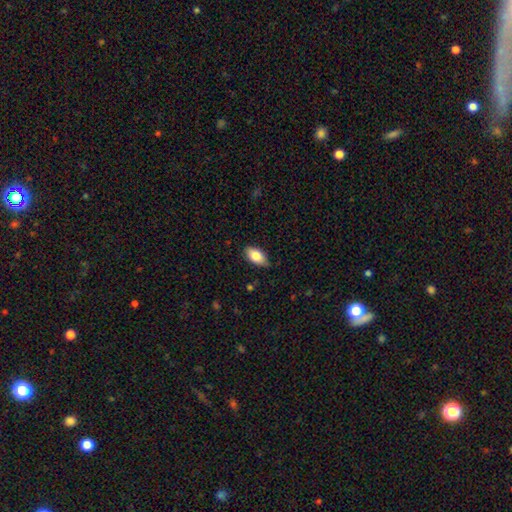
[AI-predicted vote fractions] Smooth or featured?
  - smooth: 80% *
  - featured or disk: 13%
  - star or artifact: 7%
How rounded?
  - in between: 92% *
  - round: 4%
  - cigar-shaped: 4%
Merging?
  - none: 82% *
  - minor disturbance: 14%
  - major disturbance: 2%
  - merger: 1%